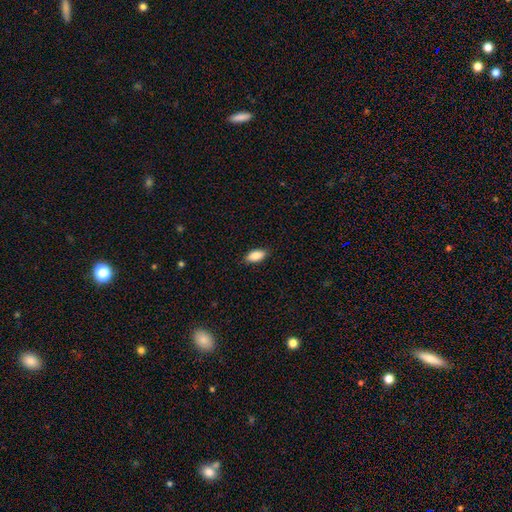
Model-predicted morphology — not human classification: The model was most divided on "merging": none: 87%, minor disturbance: 10%, major disturbance: 2%, merger: 1%. More confident: how rounded — in between (89%); smooth or featured — smooth (87%).